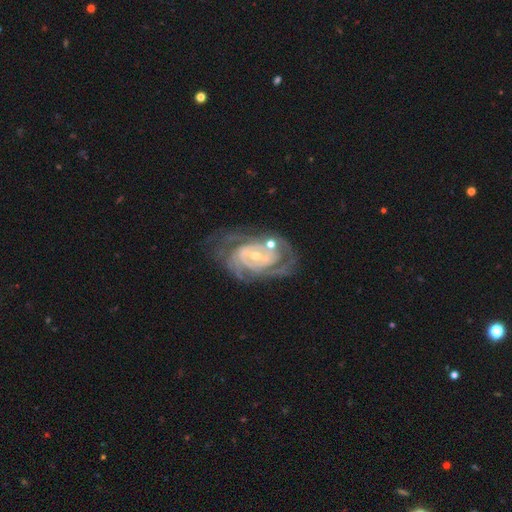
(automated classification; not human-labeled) The model was most divided on "bar": no: 41%, weak: 40%, strong: 19%. Remaining: edge-on disk — no (96%); spiral arms — yes (93%); smooth or featured — featured or disk (87%); bulge size — small (67%); spiral winding — tight (66%); merging — none (55%); spiral arm count — 2 (34%).